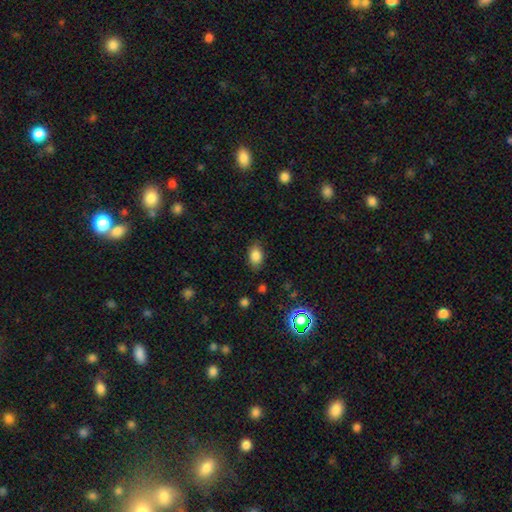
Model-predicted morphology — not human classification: Smooth or featured: smooth — 84% (star or artifact — 10%)
How rounded: in between — 83% (round — 16%)
Merging: none — 81% (minor disturbance — 14%)